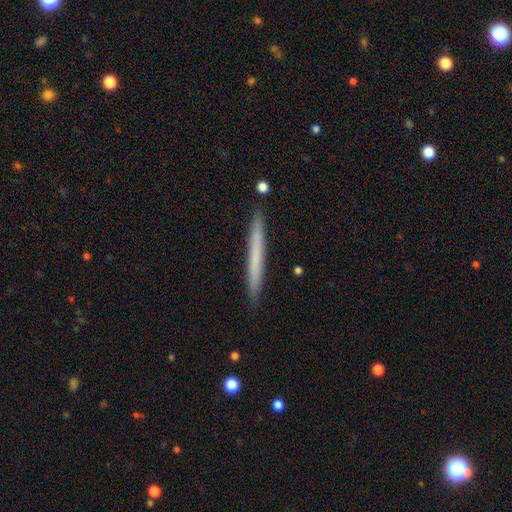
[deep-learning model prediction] Smooth or featured: smooth — 61% (featured or disk — 34%)
How rounded: cigar-shaped — 97% (in between — 2%)
Merging: none — 91% (minor disturbance — 6%)